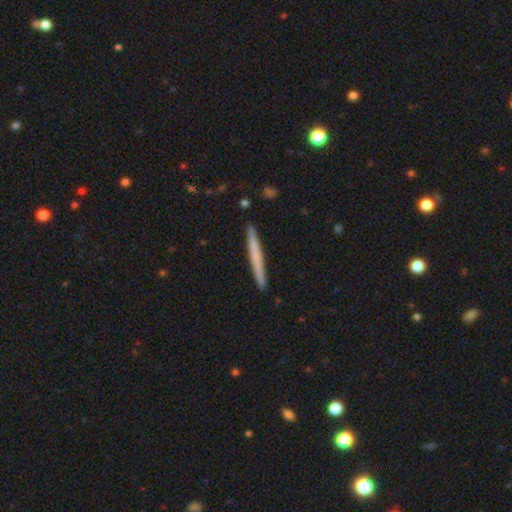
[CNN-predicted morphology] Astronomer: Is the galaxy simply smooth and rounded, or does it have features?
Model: smooth — 58% (runner-up: featured or disk, 36%).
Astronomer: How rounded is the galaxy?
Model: cigar-shaped — 97%.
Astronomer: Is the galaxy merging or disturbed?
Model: none — 91%.